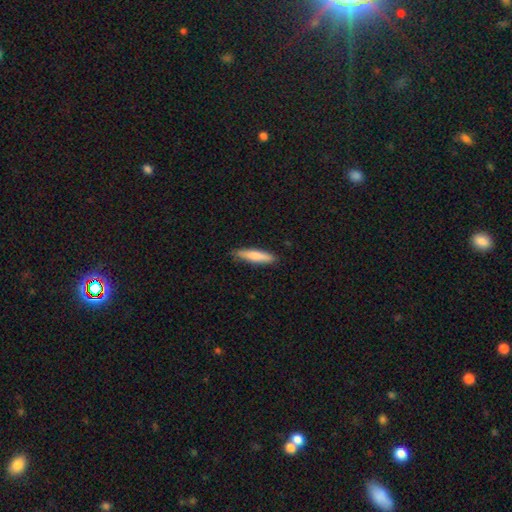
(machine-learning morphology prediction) A smooth galaxy with no disk features (78%) that is cigar-shaped (84%). Merging: none (86%).